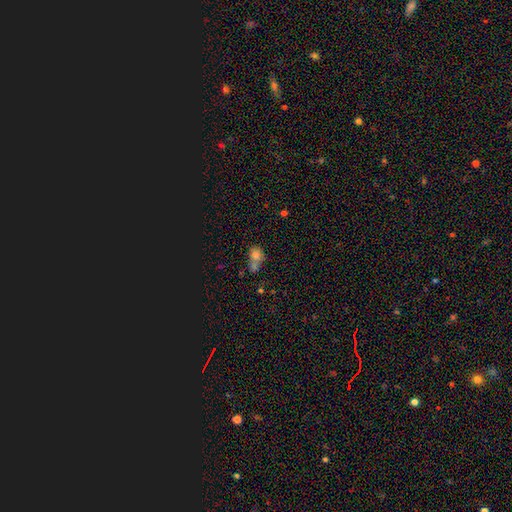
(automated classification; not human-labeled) Morphology: type=smooth (68%); roundness=round (59%); merging=merger (48%).